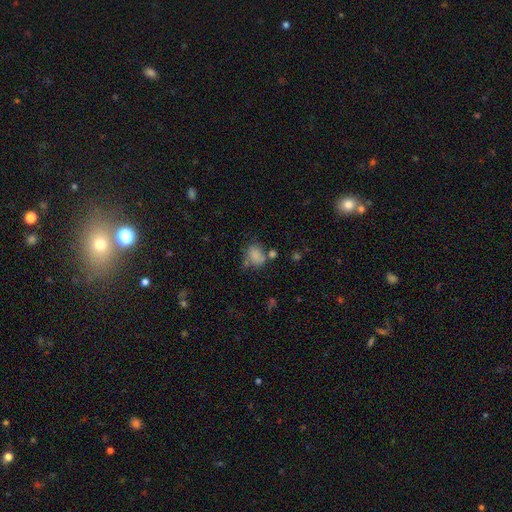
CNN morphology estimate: Smooth or featured?
  - smooth: 78% *
  - star or artifact: 12%
  - featured or disk: 11%
How rounded?
  - in between: 53% *
  - round: 46%
  - cigar-shaped: 1%
Merging?
  - none: 48% *
  - minor disturbance: 22%
  - merger: 19%
  - major disturbance: 11%